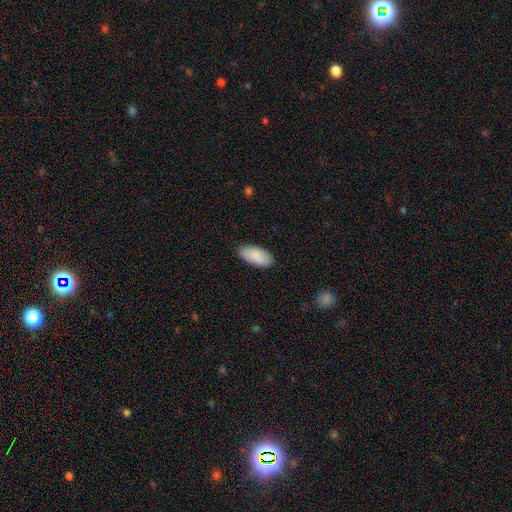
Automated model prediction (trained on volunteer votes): smooth_or_featured: smooth (p=0.89) [alt: featured or disk p=0.06]
how_rounded: in between (p=0.93) [alt: cigar-shaped p=0.06]
merging: none (p=0.86) [alt: minor disturbance p=0.11]